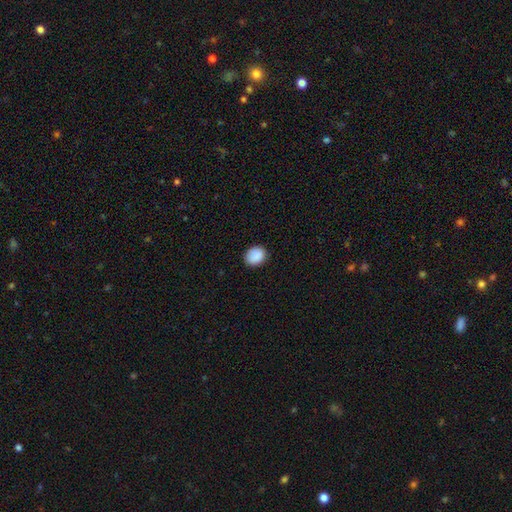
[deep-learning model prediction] Smooth or featured: smooth — 89% (star or artifact — 8%)
How rounded: round — 59% (in between — 40%)
Merging: none — 86% (minor disturbance — 11%)